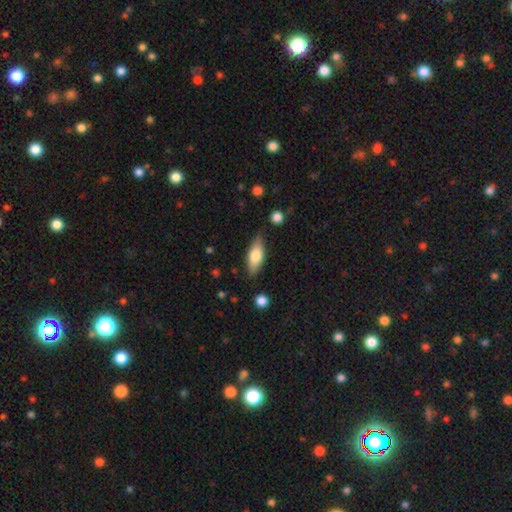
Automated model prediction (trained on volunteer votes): smooth-or-featured: smooth: 73% | featured or disk: 21% | star or artifact: 6%
  how-rounded: in between: 75% | cigar-shaped: 23% | round: 2%
  merging: none: 80% | minor disturbance: 15% | major disturbance: 3% | merger: 2%